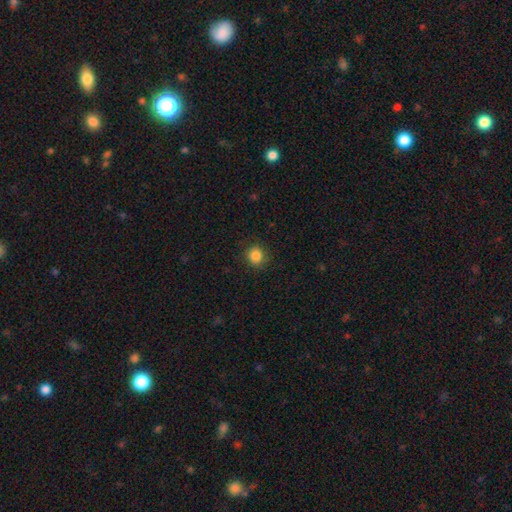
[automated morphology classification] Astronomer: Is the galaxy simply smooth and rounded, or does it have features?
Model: smooth — 85%.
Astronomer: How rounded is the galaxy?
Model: round — 87%.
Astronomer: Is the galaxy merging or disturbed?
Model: none — 87%.